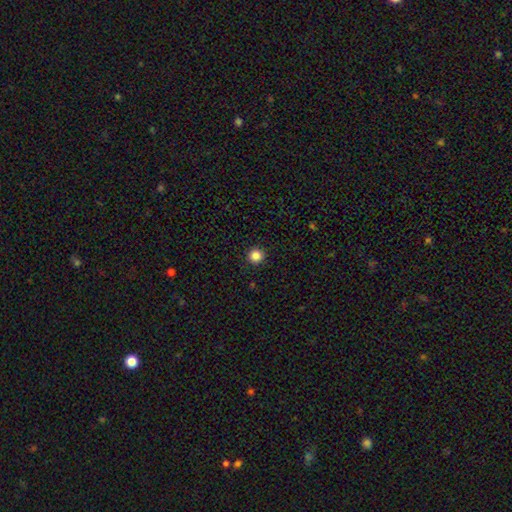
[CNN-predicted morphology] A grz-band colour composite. It shows a smooth galaxy with no disk features (86%) that is round (96%). Merging: none (93%).